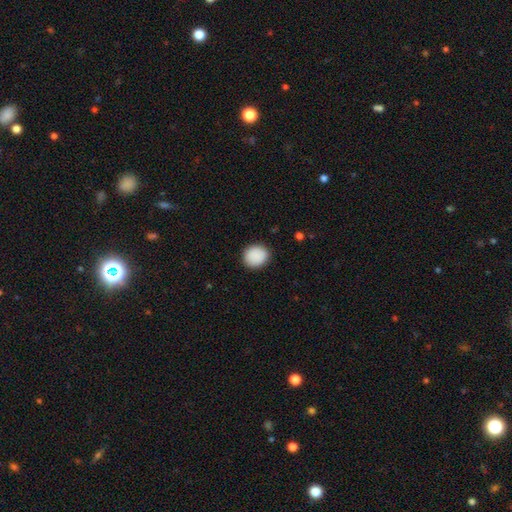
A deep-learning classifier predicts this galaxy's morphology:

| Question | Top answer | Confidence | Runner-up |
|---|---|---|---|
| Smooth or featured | smooth | 90% | star or artifact (7%) |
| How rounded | round | 70% | in between (29%) |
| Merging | none | 88% | minor disturbance (8%) |